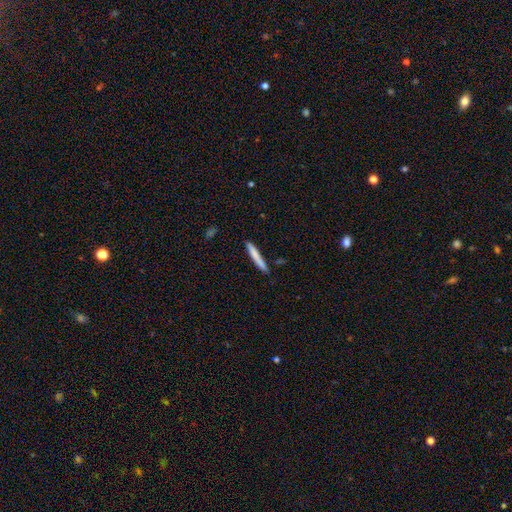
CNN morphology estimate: smooth 76%, featured or disk 19%, star or artifact 6%. Down the decision tree: how rounded — cigar-shaped (96%); merging — none (85%).